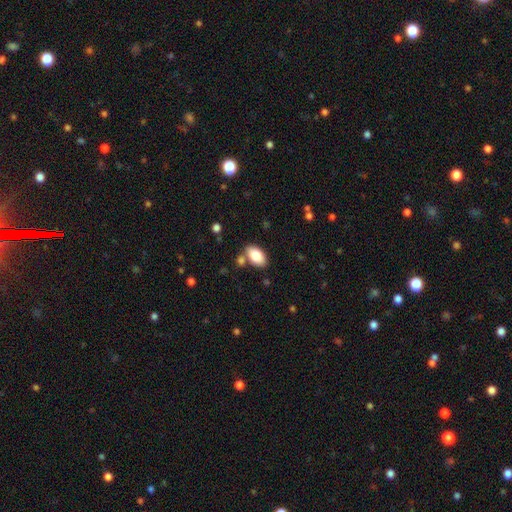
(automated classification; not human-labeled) Overall: smooth (84%). How rounded: in between (93%). Merging: none (75%).